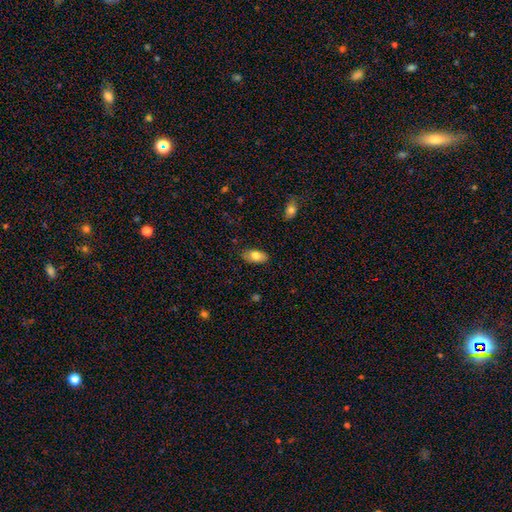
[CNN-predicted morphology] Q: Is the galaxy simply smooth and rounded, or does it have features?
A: smooth — 79%.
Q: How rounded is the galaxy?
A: in between — 93%.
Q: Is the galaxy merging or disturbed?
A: none — 83%.